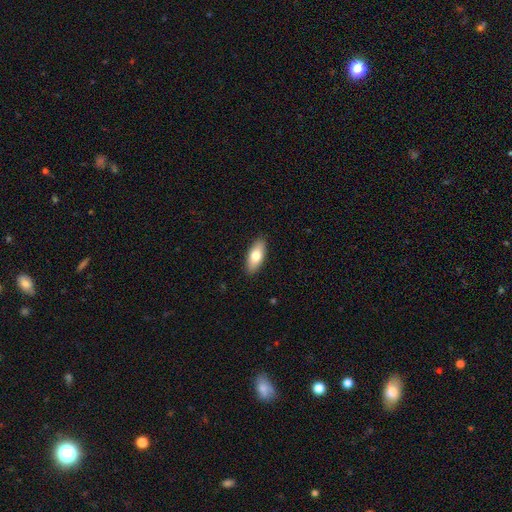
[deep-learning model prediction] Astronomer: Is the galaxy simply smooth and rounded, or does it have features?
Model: smooth — 74%.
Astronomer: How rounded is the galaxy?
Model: in between — 83%.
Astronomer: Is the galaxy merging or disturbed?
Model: none — 90%.